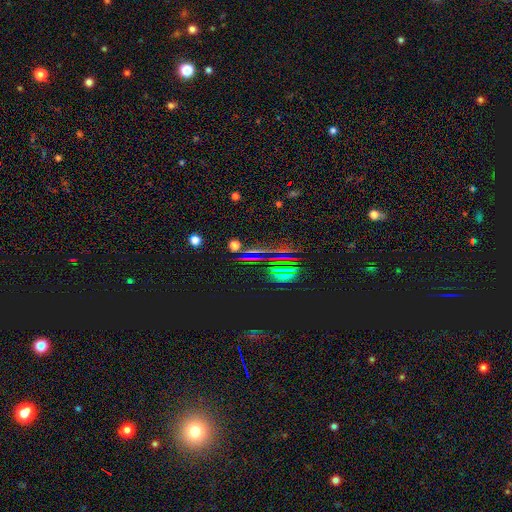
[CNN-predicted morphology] Smooth or featured: star or artifact — 78% (smooth — 13%)